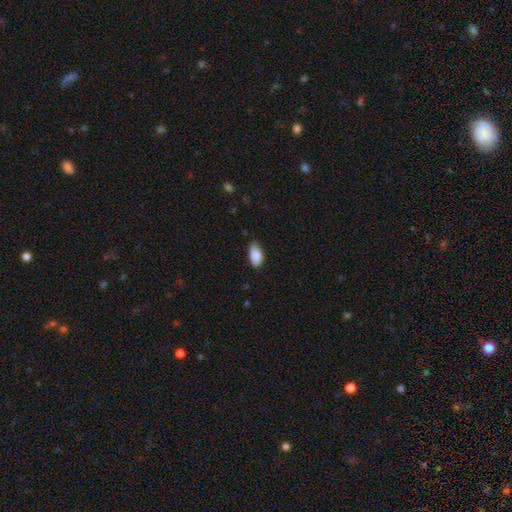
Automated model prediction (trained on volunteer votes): Smooth or featured? smooth (87%)
How rounded? in between (93%)
Merging? none (71%)